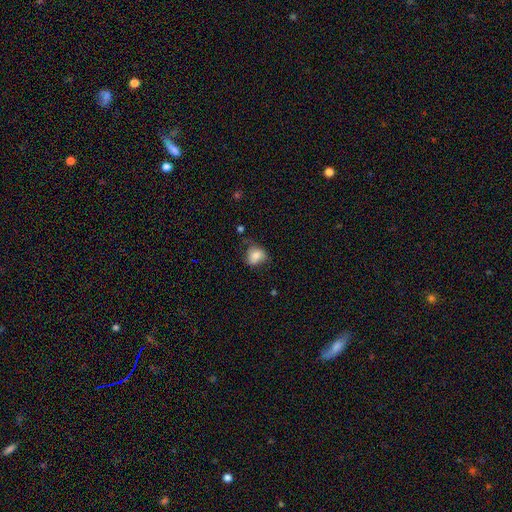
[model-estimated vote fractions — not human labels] Morphology: type=smooth (77%); roundness=round (52%); merging=none (46%).